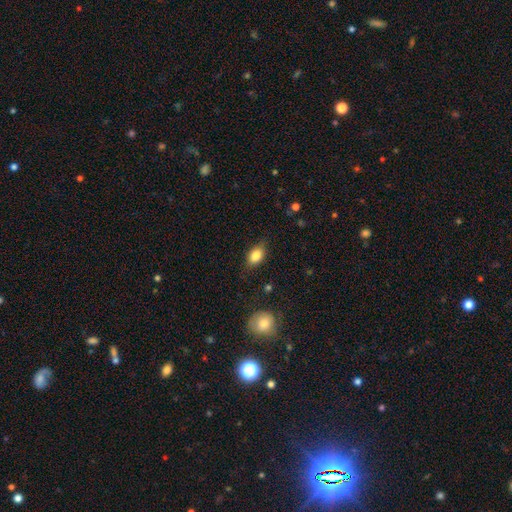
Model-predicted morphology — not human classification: Smooth or featured? Predicted: smooth (p=0.84). How rounded? Predicted: in between (p=0.86). Merging? Predicted: none (p=0.79).